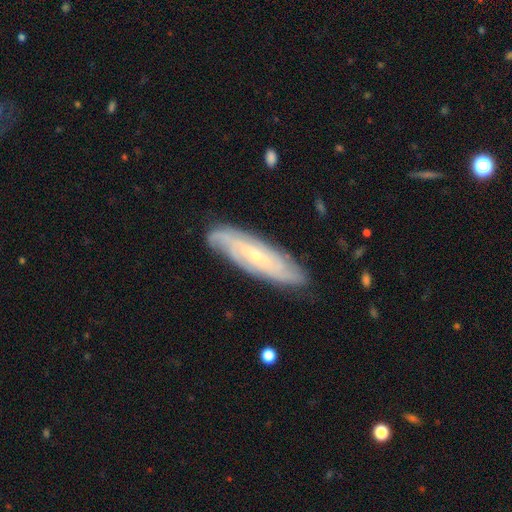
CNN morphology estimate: Smooth or featured? featured or disk (77%)
Edge-on disk? no (78%)
Bar? no (50%)
Spiral arms? yes (94%)
Spiral winding? tight (64%)
Spiral arm count? can't tell (42%)
Bulge size? small (75%)
Merging? none (81%)